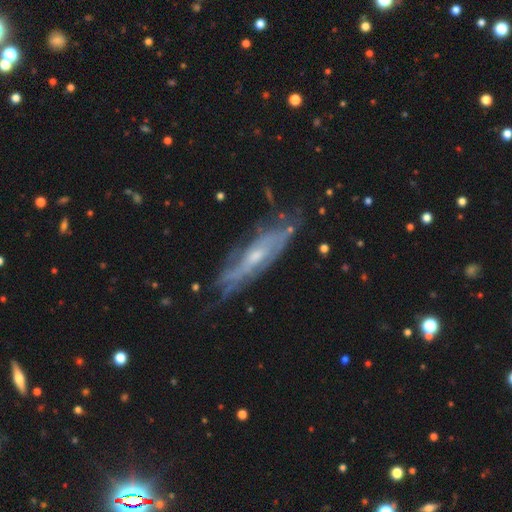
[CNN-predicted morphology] Smooth or featured? featured or disk (71%)
Edge-on disk? no (54%)
Merging? none (78%)